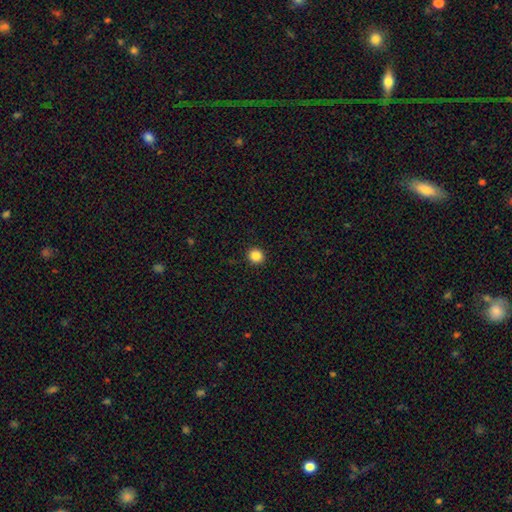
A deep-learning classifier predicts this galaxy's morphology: Smooth or featured: smooth — 86% (star or artifact — 11%)
How rounded: round — 90% (in between — 9%)
Merging: none — 93% (minor disturbance — 5%)